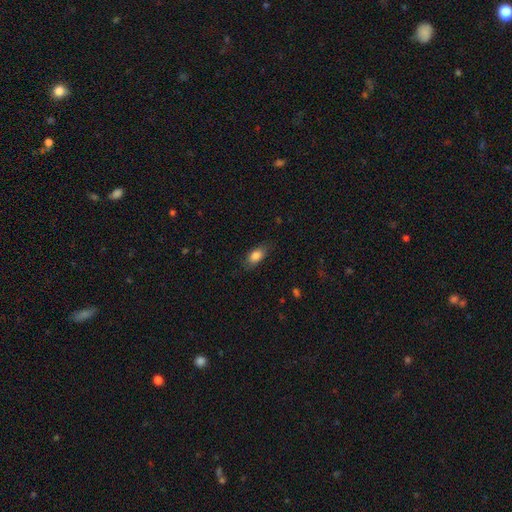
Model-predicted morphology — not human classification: This appears to be a smooth galaxy with no disk features (83%) that is in between round and cigar-shaped (86%). Merging: none (78%).